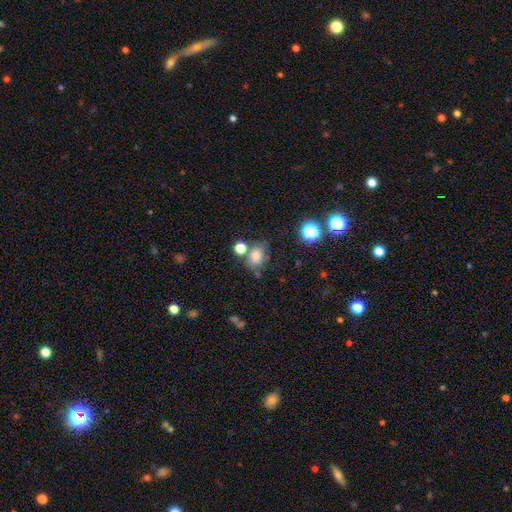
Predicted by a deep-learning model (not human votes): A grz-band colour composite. It shows a smooth galaxy with no disk features (77%) that is in between round and cigar-shaped (57%). Merging: none (60%).